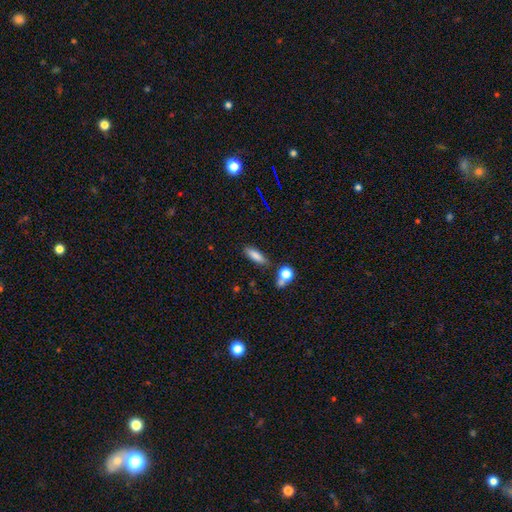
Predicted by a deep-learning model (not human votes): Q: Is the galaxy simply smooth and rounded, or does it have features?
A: smooth — 80%.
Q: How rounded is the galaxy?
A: in between — 51%.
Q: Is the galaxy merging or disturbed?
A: none — 76%.